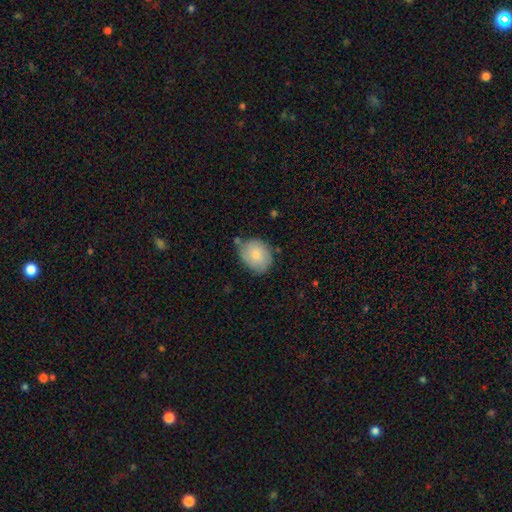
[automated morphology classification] Smooth or featured? smooth (74%)
How rounded? round (50%)
Merging? none (64%)